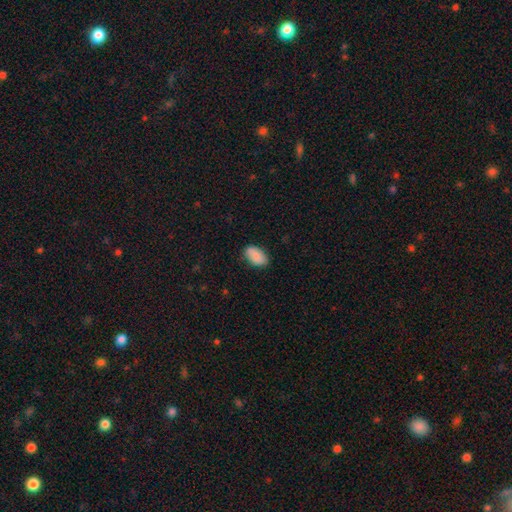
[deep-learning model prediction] Smooth or featured? Predicted: smooth (p=0.84). How rounded? Predicted: in between (p=0.93). Merging? Predicted: none (p=0.79).